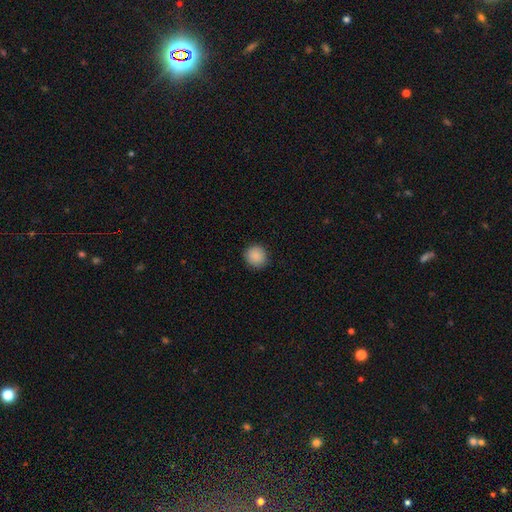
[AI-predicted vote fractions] A smooth galaxy with no disk features (89%) that is round (92%). Merging: none (91%).